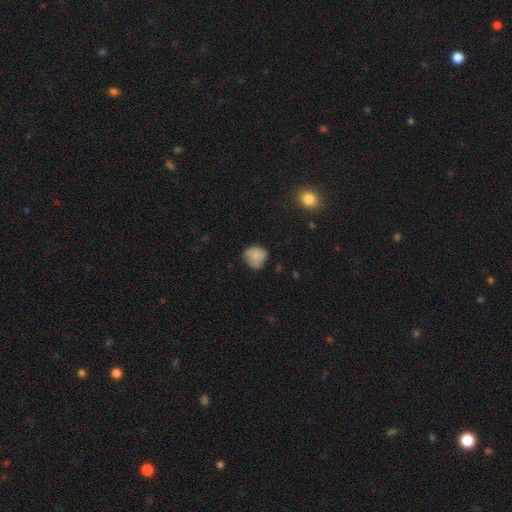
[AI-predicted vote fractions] Smooth or featured?
  - smooth: 65% *
  - featured or disk: 25%
  - star or artifact: 10%
How rounded?
  - round: 75% *
  - in between: 24%
  - cigar-shaped: 1%
Merging?
  - none: 57% *
  - minor disturbance: 30%
  - major disturbance: 10%
  - merger: 3%